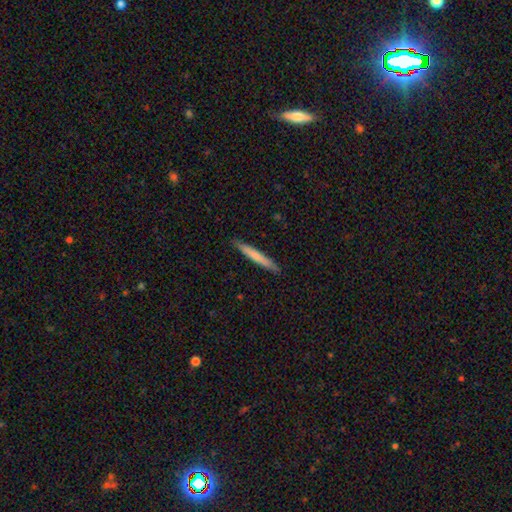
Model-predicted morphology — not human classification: This appears to be a smooth galaxy with no disk features (69%) that is cigar-shaped (96%). Merging: none (91%).